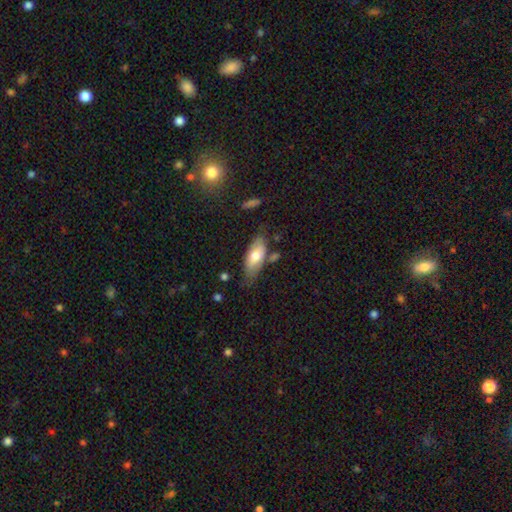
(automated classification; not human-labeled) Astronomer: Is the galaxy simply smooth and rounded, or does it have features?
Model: smooth — 68%.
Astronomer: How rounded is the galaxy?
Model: in between — 84%.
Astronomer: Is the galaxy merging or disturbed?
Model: none — 66%.